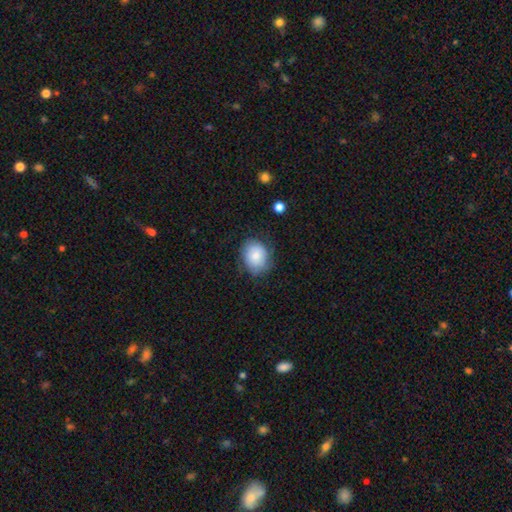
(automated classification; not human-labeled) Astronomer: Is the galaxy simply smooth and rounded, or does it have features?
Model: smooth — 76%.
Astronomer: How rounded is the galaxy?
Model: in between — 50%, tied with round at 50%.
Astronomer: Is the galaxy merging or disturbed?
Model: none — 71%.